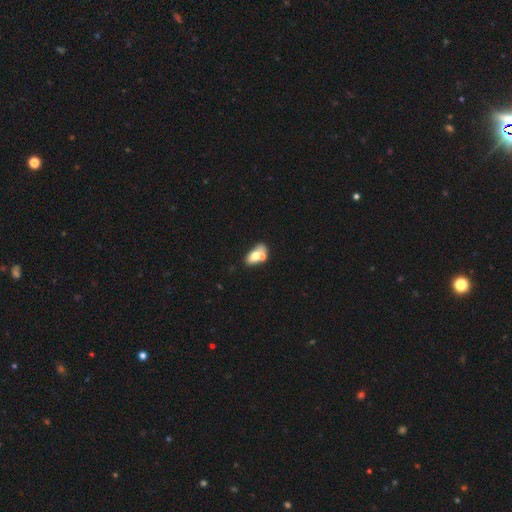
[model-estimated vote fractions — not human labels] This is likely a smooth galaxy (64%). How rounded: clearly in between (84%). Merging: possibly merger (54%).